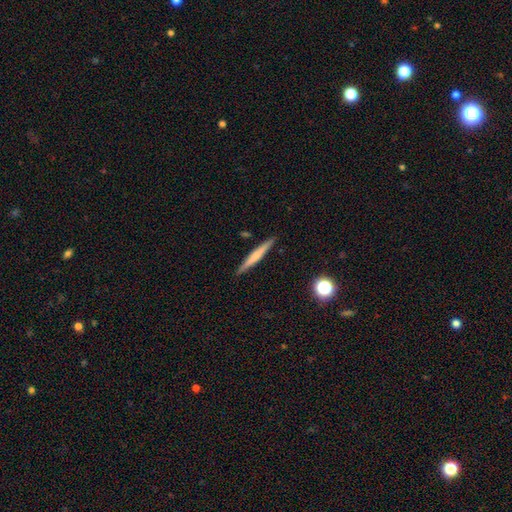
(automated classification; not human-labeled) Smooth or featured? smooth (53%)
How rounded? cigar-shaped (95%)
Merging? none (90%)